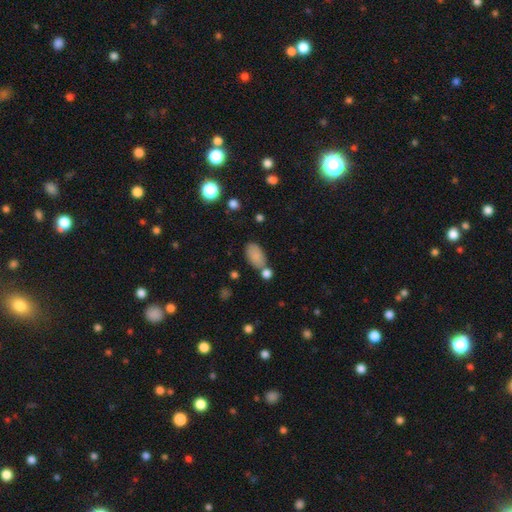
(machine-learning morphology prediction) smooth 84%, star or artifact 8%, featured or disk 7%. Down the decision tree: how rounded — in between (93%); merging — none (59%).